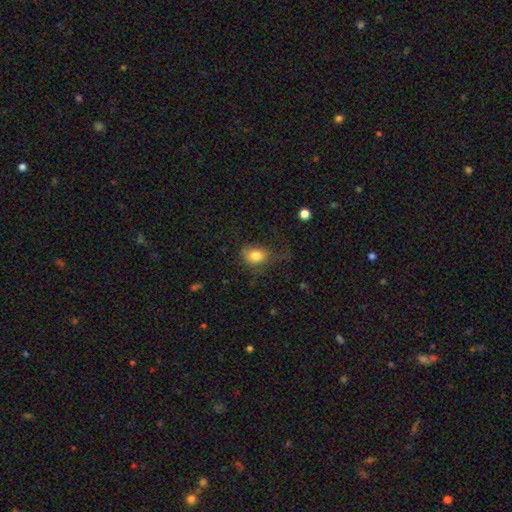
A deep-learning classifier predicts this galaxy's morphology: smooth_or_featured: smooth (p=0.79) [alt: featured or disk p=0.11]
how_rounded: in between (p=0.59) [alt: round p=0.40]
merging: none (p=0.48) [alt: minor disturbance p=0.26]